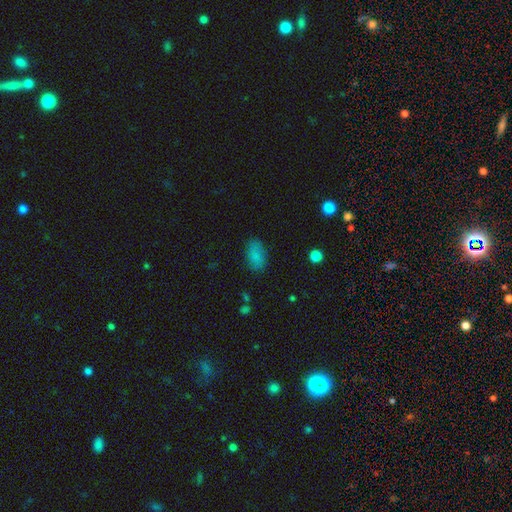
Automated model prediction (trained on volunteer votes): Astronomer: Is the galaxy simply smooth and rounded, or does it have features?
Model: smooth — 83%.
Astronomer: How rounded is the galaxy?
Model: in between — 92%.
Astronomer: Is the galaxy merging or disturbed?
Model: none — 81%.